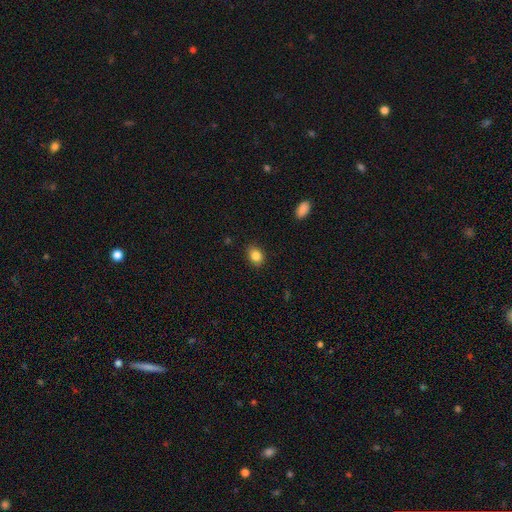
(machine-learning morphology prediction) Smooth or featured: smooth — 85% (star or artifact — 10%)
How rounded: in between — 60% (round — 39%)
Merging: none — 86% (minor disturbance — 11%)